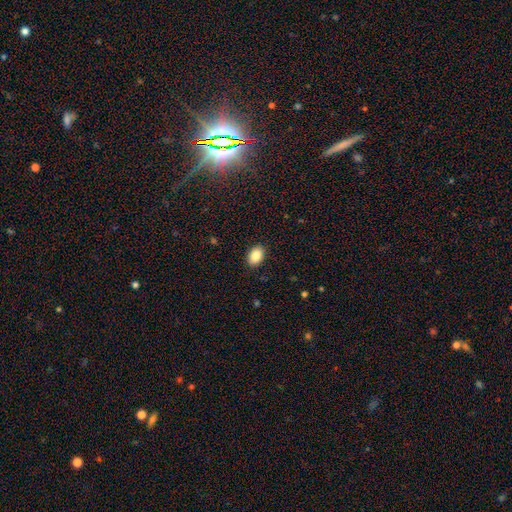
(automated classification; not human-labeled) This appears to be a smooth galaxy with no disk features (87%) that is in between round and cigar-shaped (86%). Merging: none (89%).